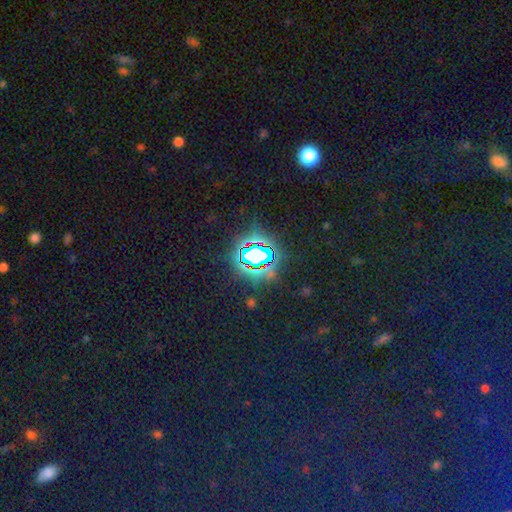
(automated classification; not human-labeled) Q: Smooth or featured?
A: star or artifact (77%); runner-up: smooth (14%)